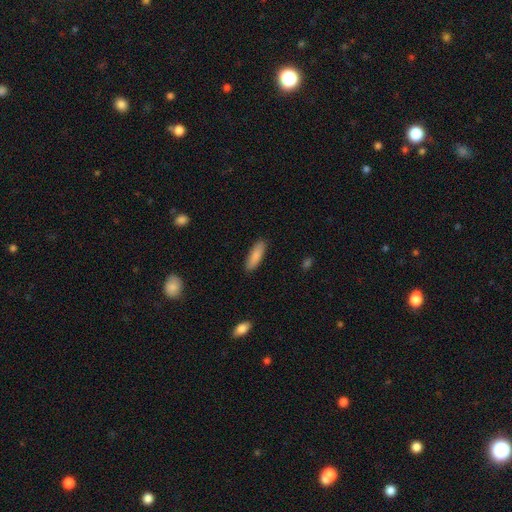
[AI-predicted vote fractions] Overall: smooth (86%). How rounded: cigar-shaped (53%; in between 46%). Merging: none (88%).